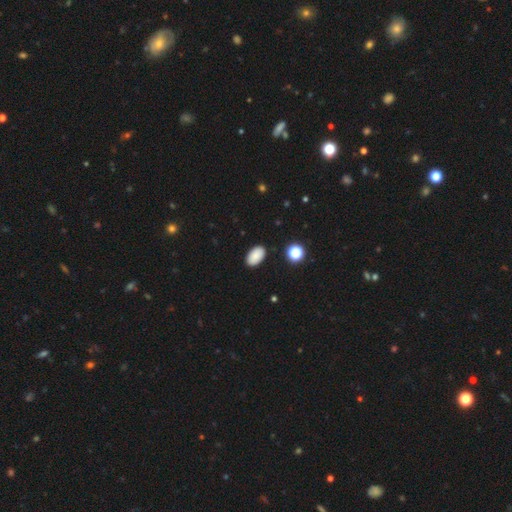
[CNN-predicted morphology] type=smooth (87%); roundness=in between (93%); merging=none (89%).